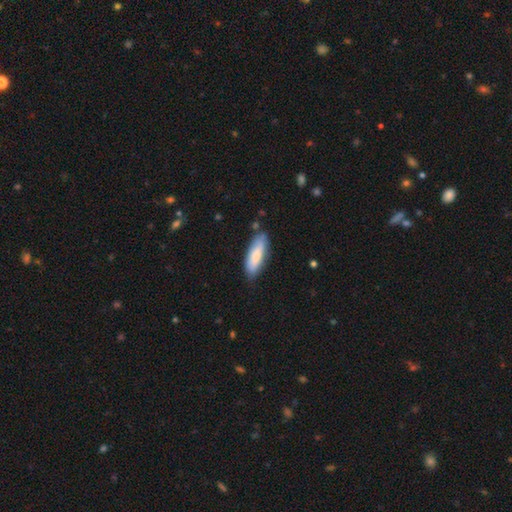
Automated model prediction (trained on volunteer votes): This appears to be a smooth galaxy with no disk features (80%) that is in between round and cigar-shaped (58%). Merging: none (76%).